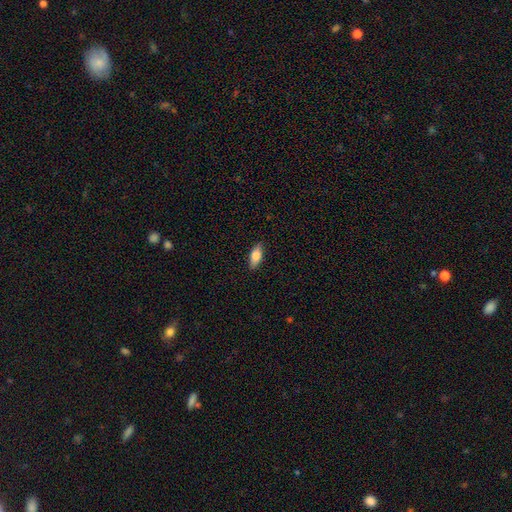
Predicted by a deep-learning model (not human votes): Smooth or featured? smooth (76%)
How rounded? in between (81%)
Merging? none (87%)